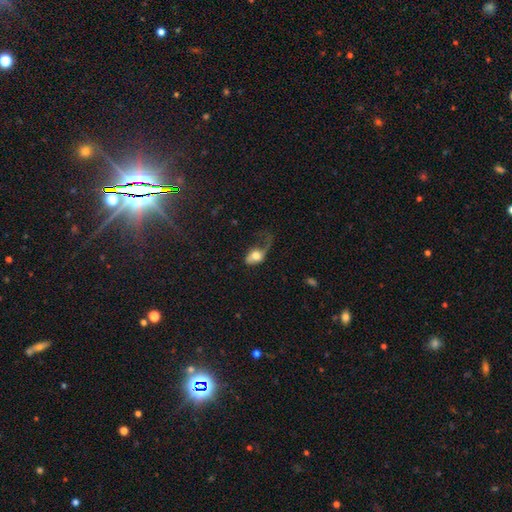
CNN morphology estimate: smooth_or_featured: smooth (p=0.56) [alt: featured or disk p=0.35]
how_rounded: in between (p=0.73) [alt: round p=0.24]
merging: major disturbance (p=0.56) [alt: none p=0.21]